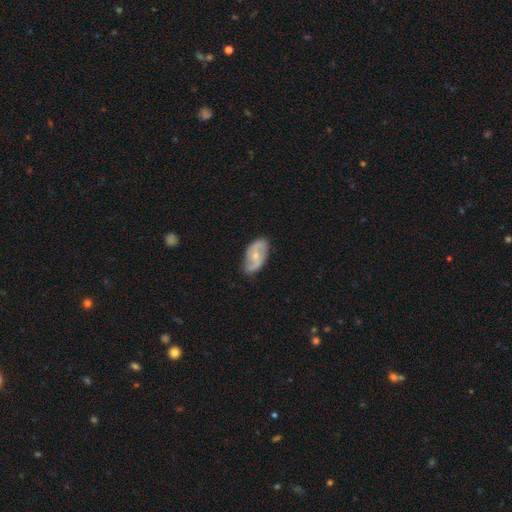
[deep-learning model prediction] This is likely a featured or disk galaxy (66%). It is clearly not viewed edge-on (94%). Bar: possibly no (51%). Spiral arm pattern: clearly yes (84%). Spiral arm count: clearly 2 (82%). Spiral winding: marginally medium (42%). Central bulge: possibly small (52%). Merging: likely none (75%).